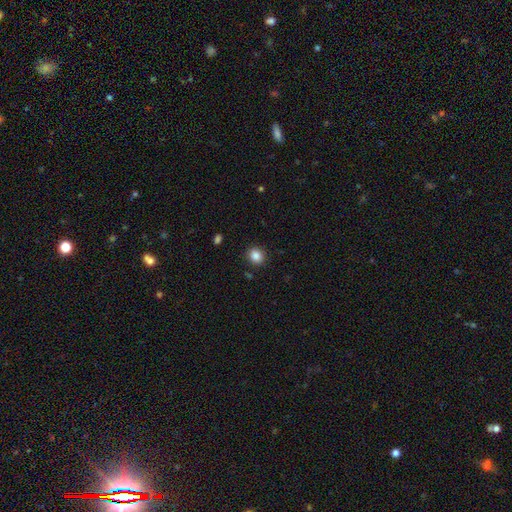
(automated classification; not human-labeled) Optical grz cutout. It shows a smooth galaxy with no disk features (86%) that is round (76%). Merging: none (89%).